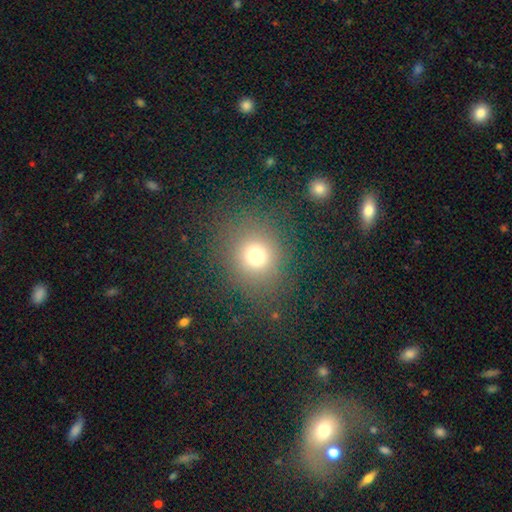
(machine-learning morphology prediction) Overall: smooth (72%). How rounded: round (85%). Merging: none (83%).